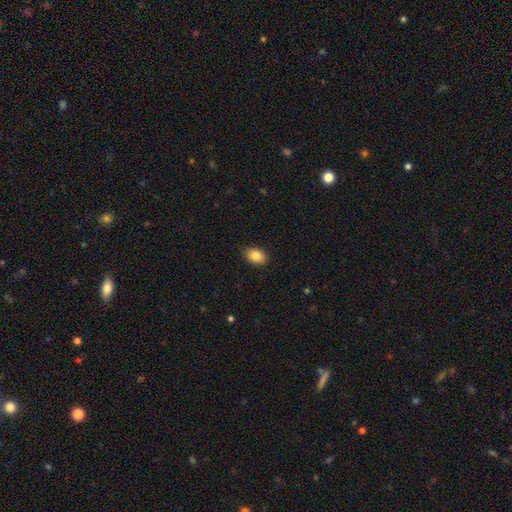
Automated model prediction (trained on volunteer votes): Smooth or featured? smooth (86%)
How rounded? in between (85%)
Merging? none (88%)